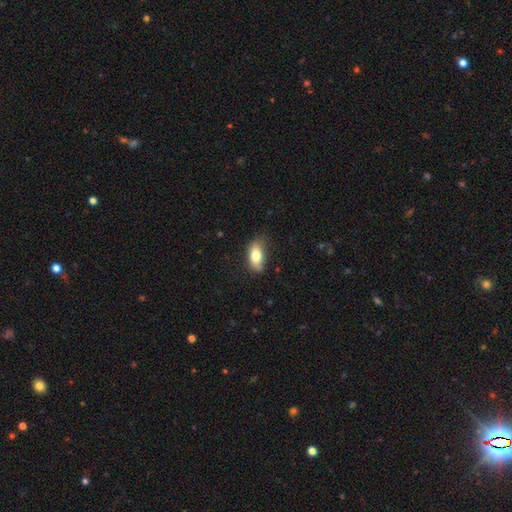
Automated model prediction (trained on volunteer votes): Smooth or featured? smooth (78%)
How rounded? in between (88%)
Merging? none (68%)